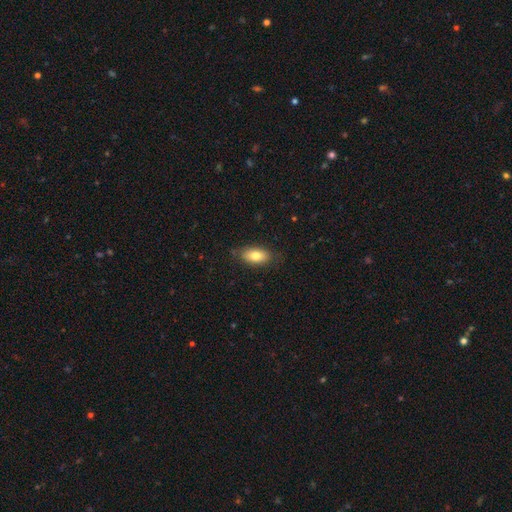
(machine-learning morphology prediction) smooth 78%, featured or disk 14%, star or artifact 7%. Down the decision tree: how rounded — in between (90%); merging — none (83%).